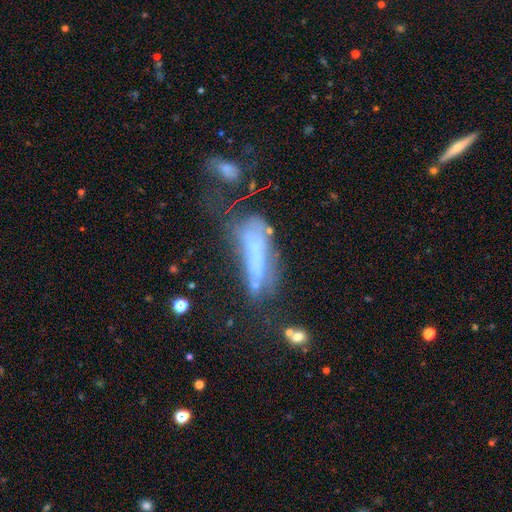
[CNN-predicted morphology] type=featured or disk (47%); merging=major disturbance (36%).